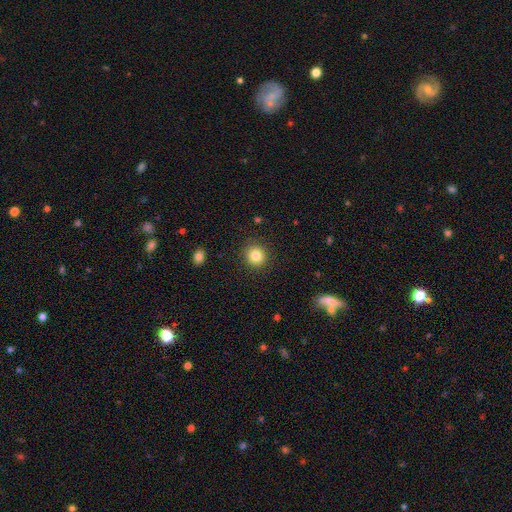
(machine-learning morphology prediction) smooth_or_featured: smooth (p=0.84) [alt: star or artifact p=0.10]
how_rounded: round (p=0.91) [alt: in between p=0.08]
merging: none (p=0.90) [alt: minor disturbance p=0.07]